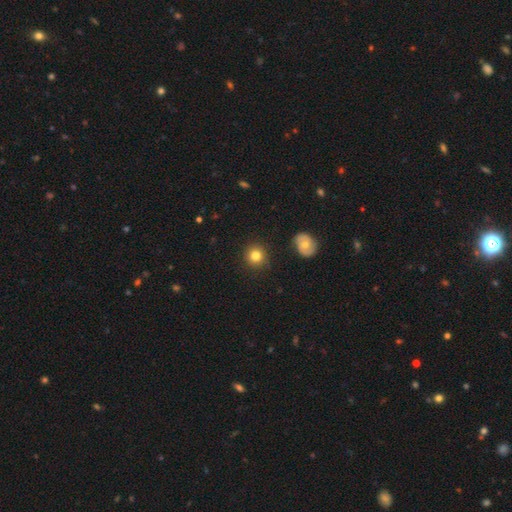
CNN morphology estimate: Q: Smooth or featured?
A: smooth (81%); runner-up: star or artifact (11%)
Q: How rounded?
A: round (90%); runner-up: in between (9%)
Q: Merging?
A: none (89%); runner-up: minor disturbance (7%)